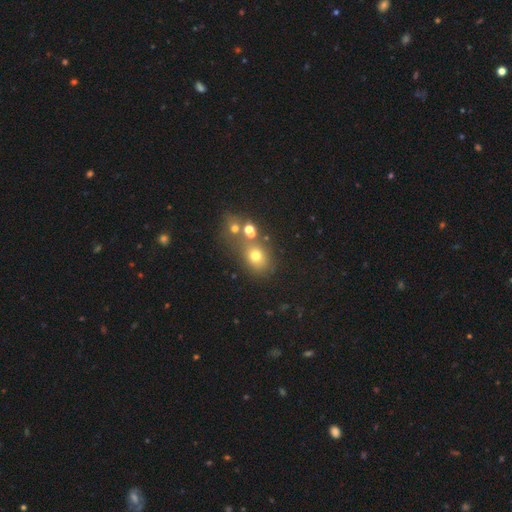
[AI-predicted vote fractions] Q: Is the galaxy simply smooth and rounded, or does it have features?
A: smooth — 67%.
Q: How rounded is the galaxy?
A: round — 54%.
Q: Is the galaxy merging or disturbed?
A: none — 55%.